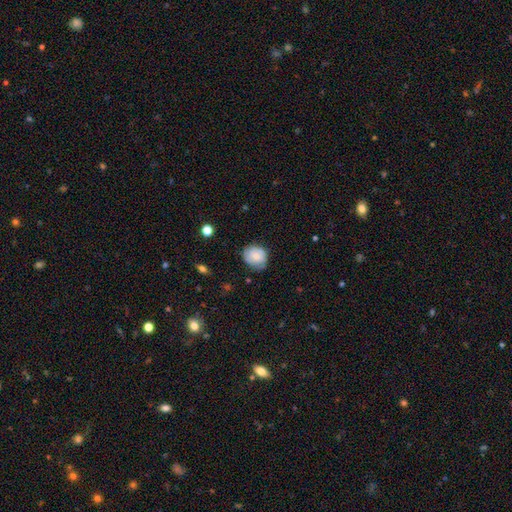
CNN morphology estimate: The model was most divided on "how rounded": round: 64%, in between: 36%, cigar-shaped: 1%. More confident: smooth or featured — smooth (69%); merging — none (63%).